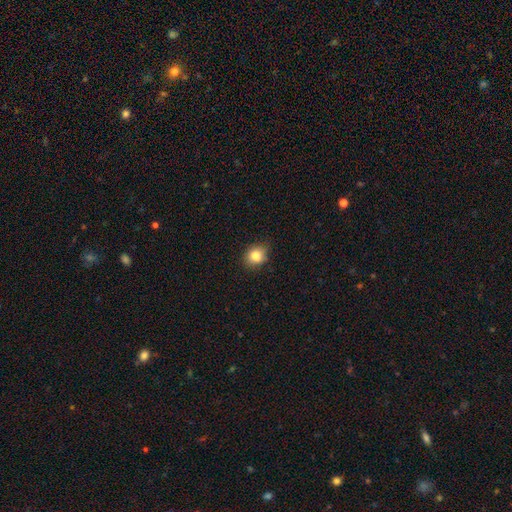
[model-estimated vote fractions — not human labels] Smooth or featured: smooth — 83% (star or artifact — 10%)
How rounded: round — 60% (in between — 39%)
Merging: none — 77% (minor disturbance — 18%)